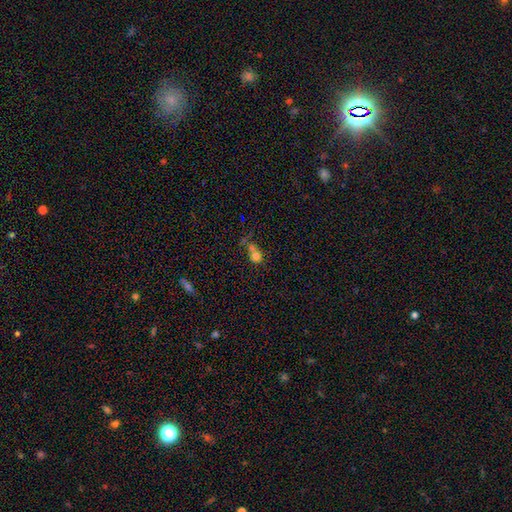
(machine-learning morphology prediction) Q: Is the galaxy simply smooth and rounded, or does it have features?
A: smooth — 73%.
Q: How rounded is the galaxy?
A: round — 78%.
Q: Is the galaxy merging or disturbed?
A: merger — 51%.